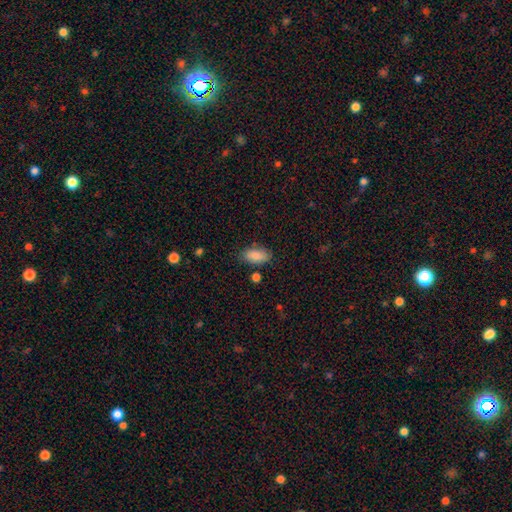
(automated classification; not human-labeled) Morphology: type=smooth (87%); roundness=in between (92%); merging=none (80%).